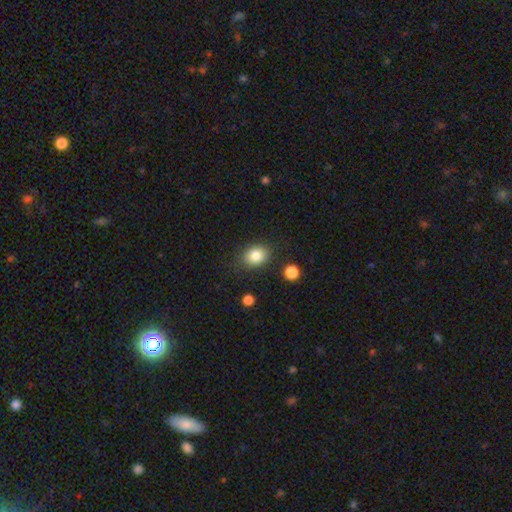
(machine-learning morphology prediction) Overall: smooth (84%). How rounded: in between (58%; round 42%). Merging: none (83%).